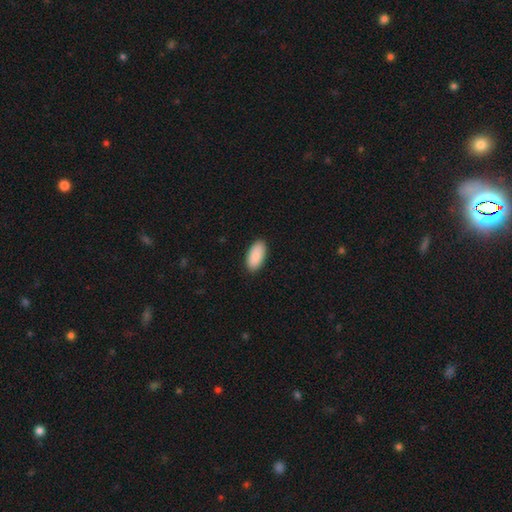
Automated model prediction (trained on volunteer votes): A smooth galaxy with no disk features (91%) that is in between round and cigar-shaped (95%).

Vote fractions:
- Smooth or featured? smooth: 91% / star or artifact: 6% / featured or disk: 4%
- How rounded? in between: 95% / cigar-shaped: 3% / round: 2%
- Merging? none: 90% / minor disturbance: 8% / major disturbance: 2% / merger: 1%